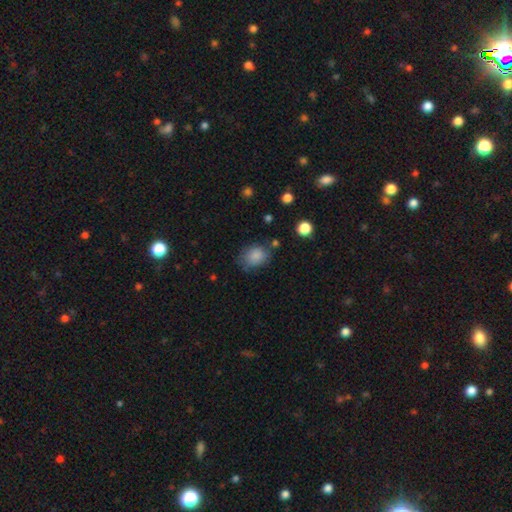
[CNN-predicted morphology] smooth-or-featured: smooth: 84% | star or artifact: 9% | featured or disk: 7%
  how-rounded: in between: 58% | round: 41% | cigar-shaped: 1%
  merging: none: 63% | minor disturbance: 25% | major disturbance: 7% | merger: 4%